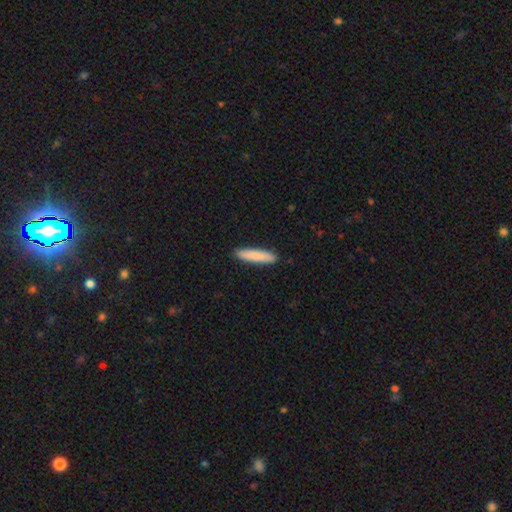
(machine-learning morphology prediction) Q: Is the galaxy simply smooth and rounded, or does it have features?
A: smooth — 85%.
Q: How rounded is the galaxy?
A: cigar-shaped — 88%.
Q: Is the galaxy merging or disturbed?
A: none — 91%.